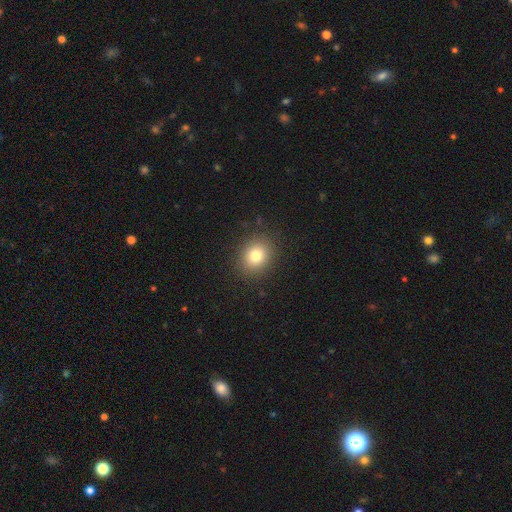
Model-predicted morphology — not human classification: smooth 80%, star or artifact 12%, featured or disk 8%. Down the decision tree: how rounded — round (68%); merging — none (89%).